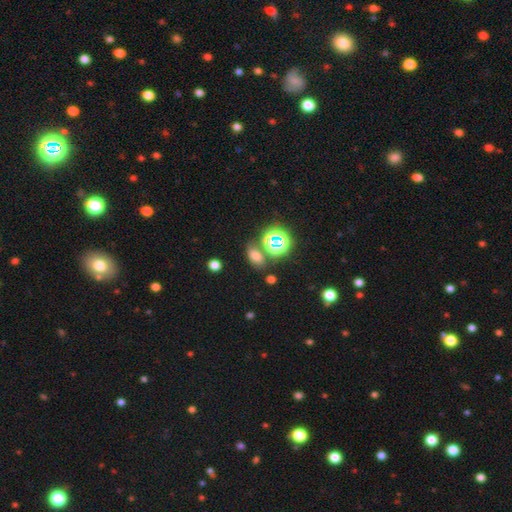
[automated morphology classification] Smooth or featured: smooth — 61% (star or artifact — 29%)
How rounded: in between — 78% (round — 19%)
Merging: none — 71% (minor disturbance — 12%)